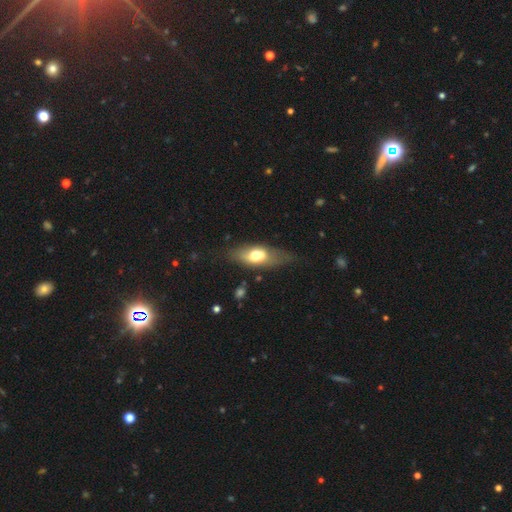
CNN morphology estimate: A smooth galaxy with no disk features (58%) that is in between round and cigar-shaped (80%). Merging: none (56%).